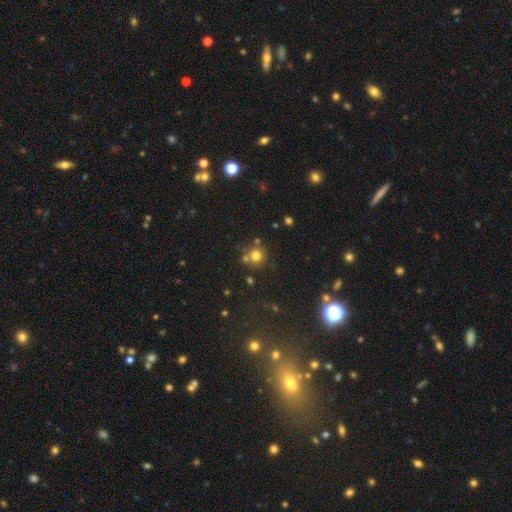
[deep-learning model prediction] Smooth or featured?
  - smooth: 74% *
  - star or artifact: 17%
  - featured or disk: 9%
How rounded?
  - round: 92% *
  - in between: 7%
  - cigar-shaped: 1%
Merging?
  - none: 69% *
  - merger: 17%
  - minor disturbance: 10%
  - major disturbance: 4%